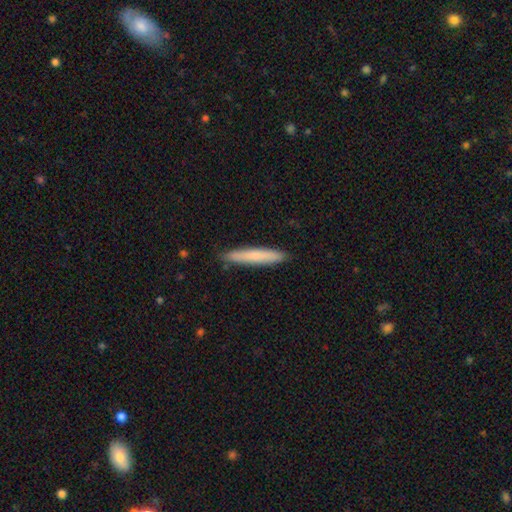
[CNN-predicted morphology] Smooth or featured?
  - smooth: 74% *
  - featured or disk: 20%
  - star or artifact: 6%
How rounded?
  - cigar-shaped: 94% *
  - in between: 5%
  - round: 1%
Merging?
  - none: 88% *
  - minor disturbance: 9%
  - major disturbance: 1%
  - merger: 1%